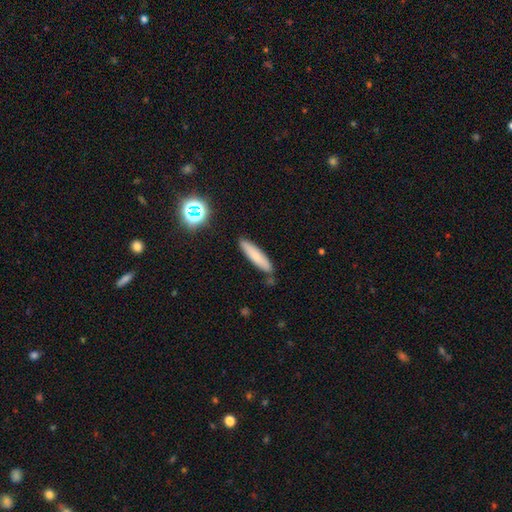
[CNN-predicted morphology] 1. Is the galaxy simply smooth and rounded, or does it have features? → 75% smooth, 17% featured or disk, 9% star or artifact.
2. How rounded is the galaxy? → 82% cigar-shaped, 17% in between, 2% round.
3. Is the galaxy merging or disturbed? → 81% none, 13% minor disturbance, 4% merger, 3% major disturbance.